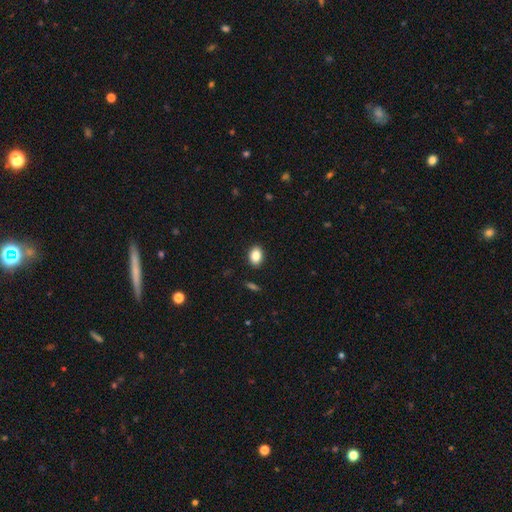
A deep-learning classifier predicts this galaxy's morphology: Smooth or featured?
  - smooth: 86% *
  - star or artifact: 8%
  - featured or disk: 6%
How rounded?
  - in between: 74% *
  - round: 25%
  - cigar-shaped: 1%
Merging?
  - none: 90% *
  - minor disturbance: 7%
  - major disturbance: 2%
  - merger: 1%